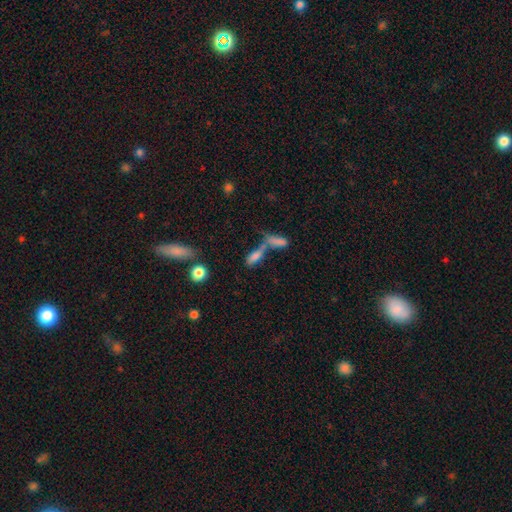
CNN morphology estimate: smooth_or_featured: smooth (p=0.73) [alt: featured or disk p=0.16]
how_rounded: in between (p=0.53) [alt: cigar-shaped p=0.43]
merging: merger (p=0.53) [alt: none p=0.31]